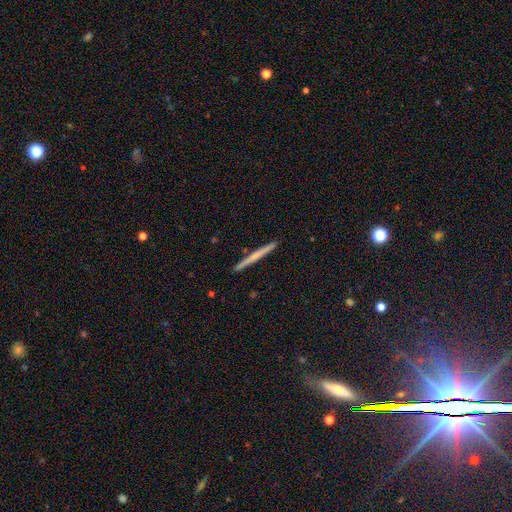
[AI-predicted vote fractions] Smooth or featured? Predicted: smooth (p=0.48). Merging? Predicted: none (p=0.93).